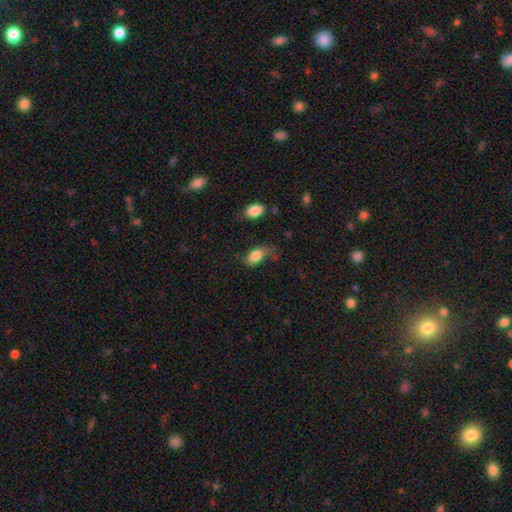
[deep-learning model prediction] Smooth or featured? Predicted: smooth (p=0.82). How rounded? Predicted: in between (p=0.87). Merging? Predicted: none (p=0.40).